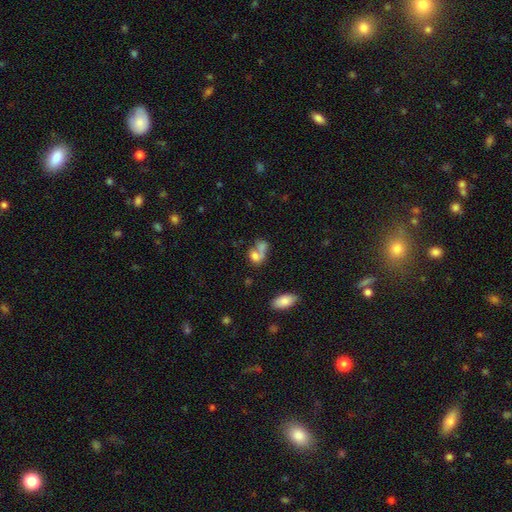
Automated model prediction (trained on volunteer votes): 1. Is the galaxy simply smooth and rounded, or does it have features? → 71% smooth, 18% featured or disk, 11% star or artifact.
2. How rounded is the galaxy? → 67% in between, 31% round, 2% cigar-shaped.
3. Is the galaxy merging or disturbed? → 61% merger, 22% none, 9% major disturbance, 9% minor disturbance.